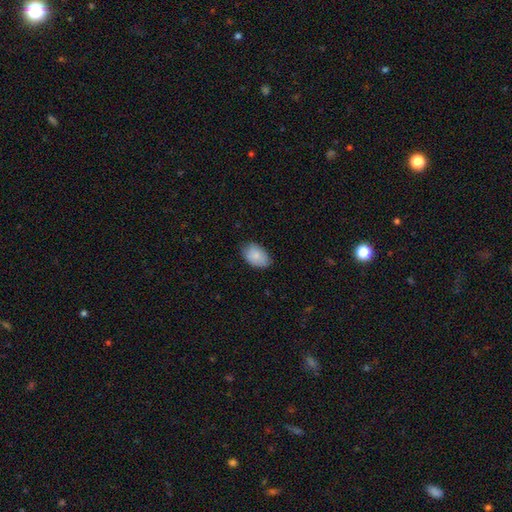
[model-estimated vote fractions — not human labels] Smooth or featured?
  - smooth: 85% *
  - featured or disk: 8%
  - star or artifact: 7%
How rounded?
  - in between: 89% *
  - round: 10%
  - cigar-shaped: 1%
Merging?
  - none: 77% *
  - minor disturbance: 19%
  - major disturbance: 3%
  - merger: 1%